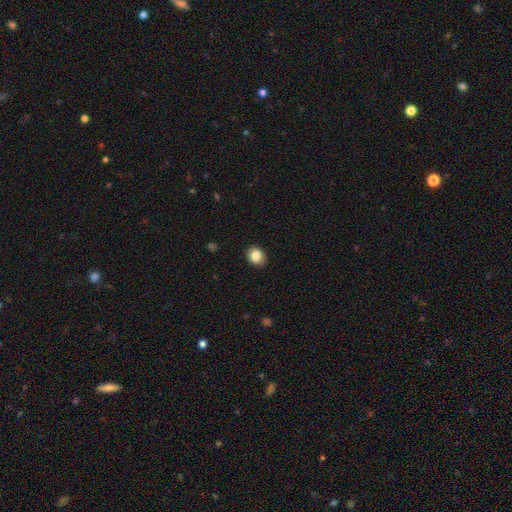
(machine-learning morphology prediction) smooth_or_featured: smooth (p=0.84) [alt: star or artifact p=0.09]
how_rounded: round (p=0.55) [alt: in between p=0.44]
merging: none (p=0.90) [alt: minor disturbance p=0.07]